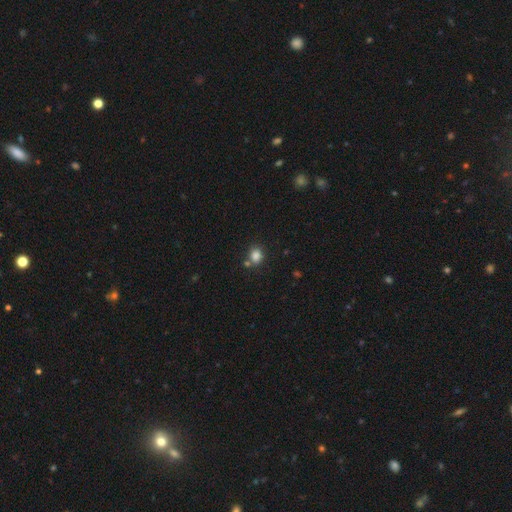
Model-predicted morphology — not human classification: A smooth galaxy with no disk features (84%) that is round (60%). Merging: none (71%).